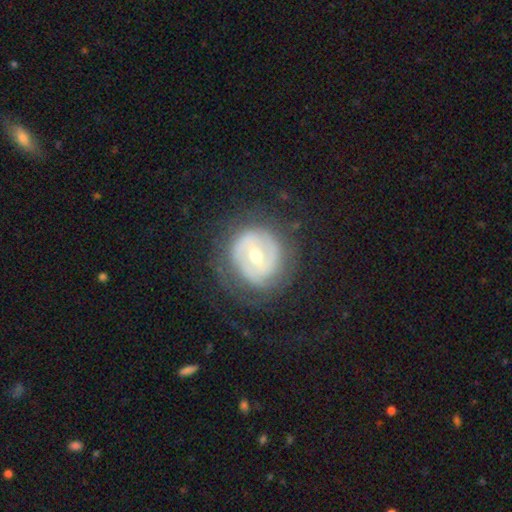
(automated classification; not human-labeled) Smooth or featured: featured or disk — 75% (smooth — 19%)
Edge-on disk: no — 97% (yes — 3%)
Bar: weak — 48% (no — 30%)
Spiral arms: yes — 75% (no — 25%)
Spiral winding: tight — 57% (medium — 30%)
Spiral arm count: 2 — 52% (can't tell — 31%)
Bulge size: moderate — 61% (small — 34%)
Merging: none — 73% (minor disturbance — 17%)